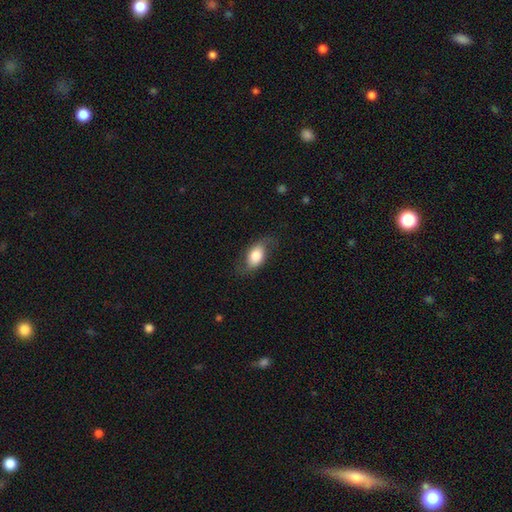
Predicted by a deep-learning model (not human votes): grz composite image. It shows a smooth galaxy with no disk features (61%) that is in between round and cigar-shaped (87%). Merging: none (67%).